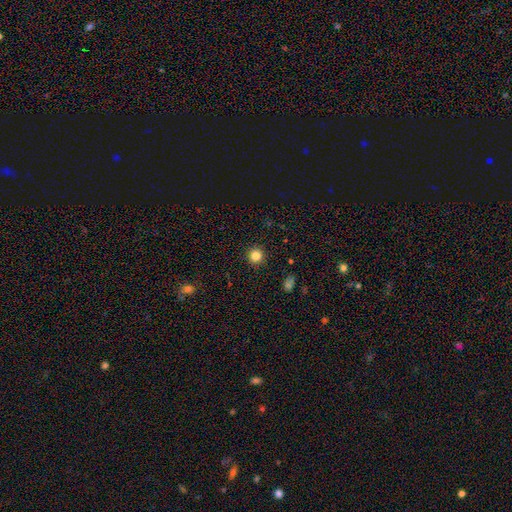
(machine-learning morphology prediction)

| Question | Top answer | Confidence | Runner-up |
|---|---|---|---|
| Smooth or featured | smooth | 84% | star or artifact (12%) |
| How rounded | round | 94% | in between (5%) |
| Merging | none | 92% | minor disturbance (5%) |